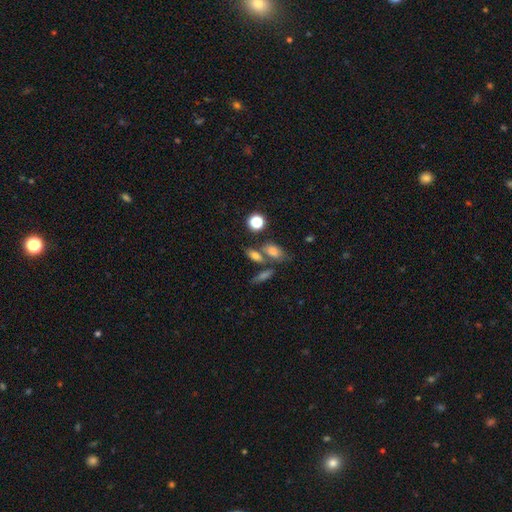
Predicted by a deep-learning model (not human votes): A smooth galaxy with no disk features (71%) that is in between round and cigar-shaped (71%).

Vote fractions:
- Smooth or featured? smooth: 71% / featured or disk: 17% / star or artifact: 12%
- How rounded? in between: 71% / cigar-shaped: 17% / round: 12%
- Merging? none: 54% / merger: 29% / minor disturbance: 12% / major disturbance: 5%